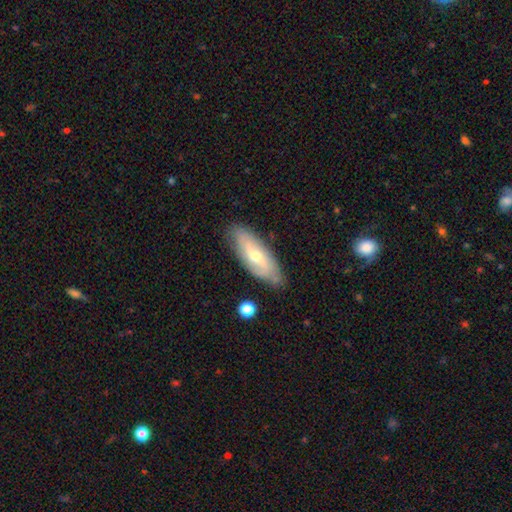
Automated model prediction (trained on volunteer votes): Morphology: type=featured or disk (60%); edge-on=no (80%); merging=none (80%).